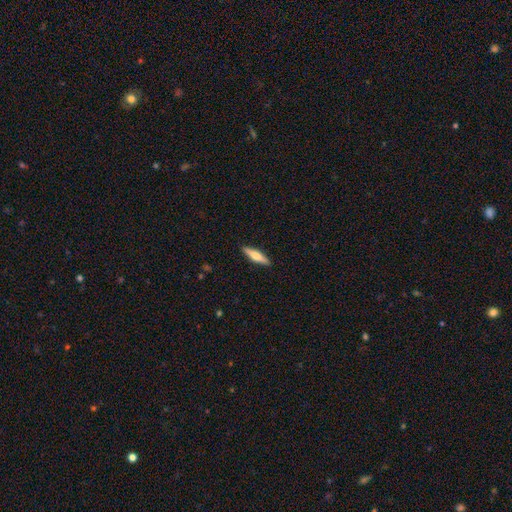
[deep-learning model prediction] A smooth galaxy with no disk features (51%) that is cigar-shaped (74%).

Vote fractions:
- Smooth or featured? smooth: 51% / featured or disk: 44% / star or artifact: 5%
- How rounded? cigar-shaped: 74% / in between: 24% / round: 2%
- Merging? none: 91% / minor disturbance: 7% / major disturbance: 2% / merger: 1%